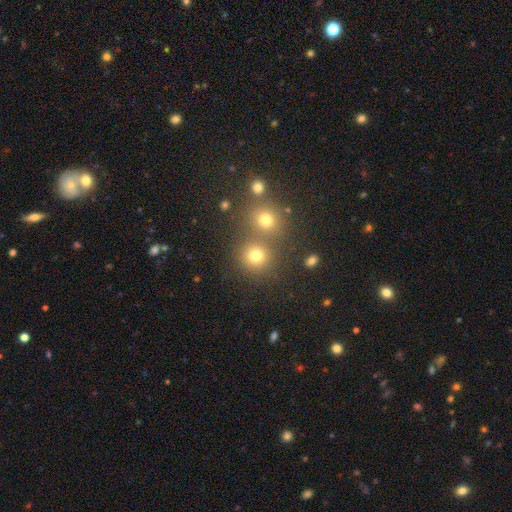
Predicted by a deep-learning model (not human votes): Q: Smooth or featured?
A: smooth (76%); runner-up: star or artifact (17%)
Q: How rounded?
A: round (89%); runner-up: in between (10%)
Q: Merging?
A: none (66%); runner-up: merger (24%)